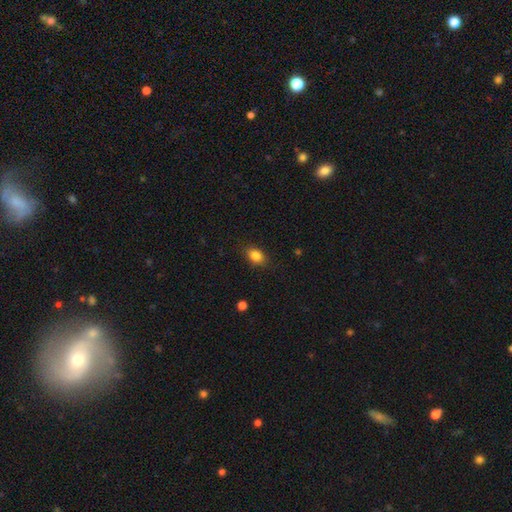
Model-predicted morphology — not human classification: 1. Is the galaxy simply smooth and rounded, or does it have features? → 85% smooth, 9% star or artifact, 6% featured or disk.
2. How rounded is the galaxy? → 77% in between, 21% round, 2% cigar-shaped.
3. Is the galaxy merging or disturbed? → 84% none, 12% minor disturbance, 3% major disturbance, 1% merger.